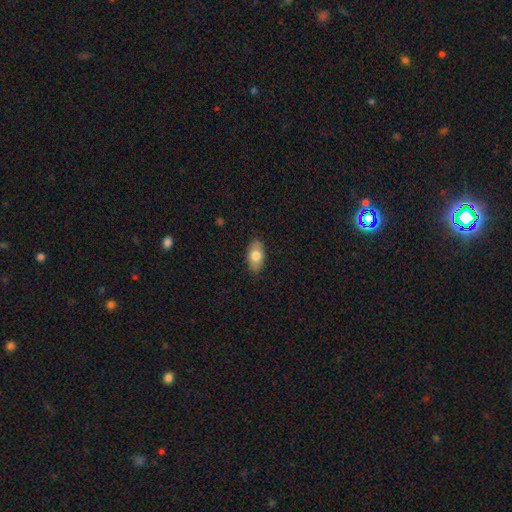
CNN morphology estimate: smooth_or_featured: smooth (p=0.77) [alt: featured or disk p=0.17]
how_rounded: in between (p=0.92) [alt: round p=0.06]
merging: none (p=0.87) [alt: minor disturbance p=0.10]